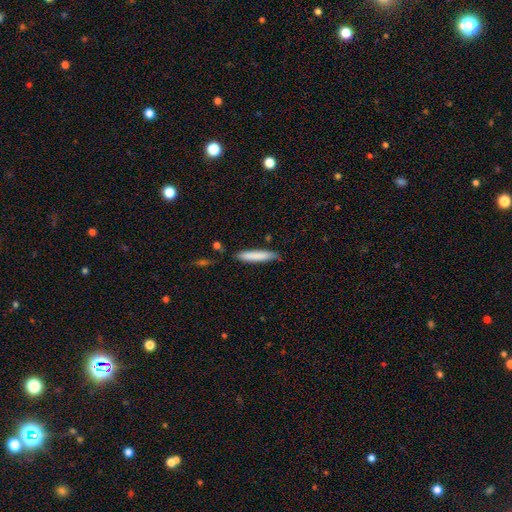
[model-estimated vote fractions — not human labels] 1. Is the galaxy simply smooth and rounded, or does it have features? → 80% smooth, 14% featured or disk, 6% star or artifact.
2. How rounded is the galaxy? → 91% cigar-shaped, 8% in between, 1% round.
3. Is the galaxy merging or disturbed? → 81% none, 14% minor disturbance, 3% merger, 2% major disturbance.